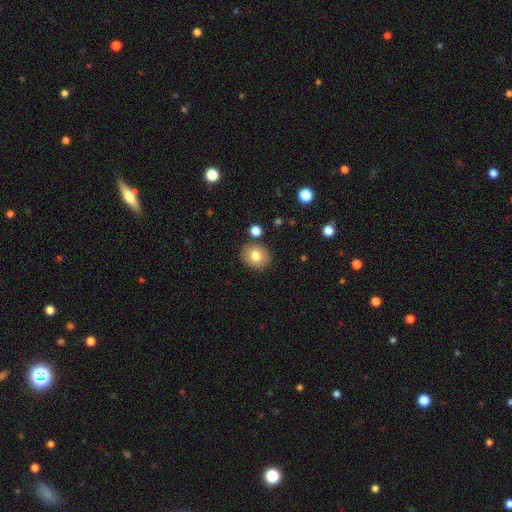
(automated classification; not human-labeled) Smooth or featured? Predicted: smooth (p=0.79). How rounded? Predicted: round (p=0.68). Merging? Predicted: none (p=0.84).